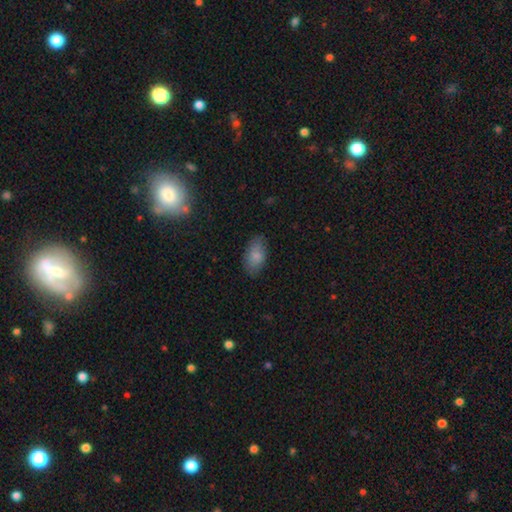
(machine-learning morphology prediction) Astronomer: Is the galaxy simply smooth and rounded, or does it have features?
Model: smooth — 83%.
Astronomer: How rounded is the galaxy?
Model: in between — 93%.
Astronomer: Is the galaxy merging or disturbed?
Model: none — 79%.